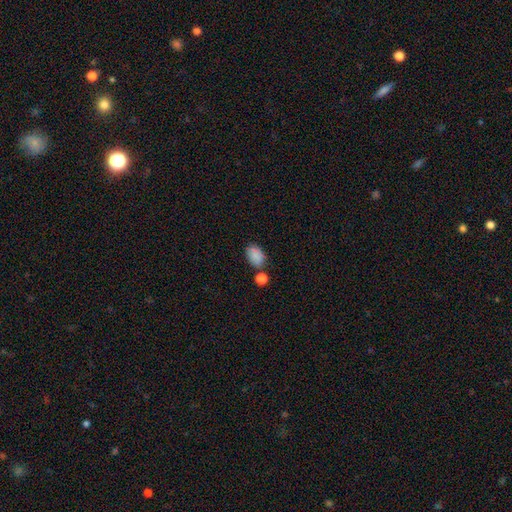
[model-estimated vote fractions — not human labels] This appears to be a smooth galaxy with no disk features (81%) that is in between round and cigar-shaped (81%). Merging: none (62%).